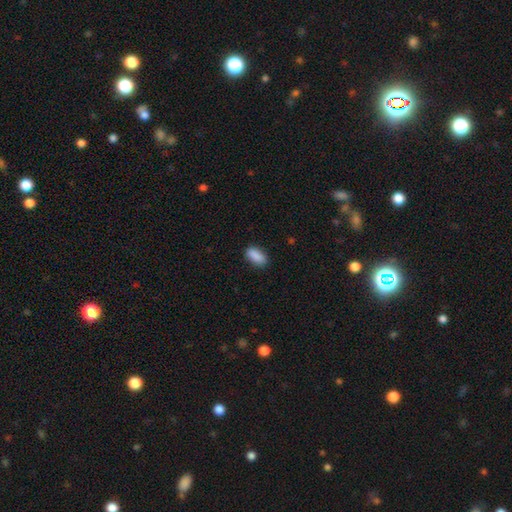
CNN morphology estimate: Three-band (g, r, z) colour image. It shows a smooth galaxy with no disk features (89%) that is in between round and cigar-shaped (86%). Merging: none (84%).